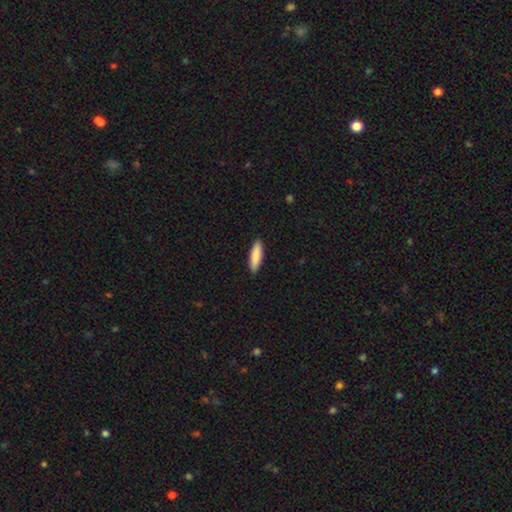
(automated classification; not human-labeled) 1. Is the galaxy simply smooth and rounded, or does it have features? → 88% smooth, 6% featured or disk, 5% star or artifact.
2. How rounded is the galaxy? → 63% cigar-shaped, 35% in between, 1% round.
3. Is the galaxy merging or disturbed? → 91% none, 7% minor disturbance, 1% major disturbance, 1% merger.